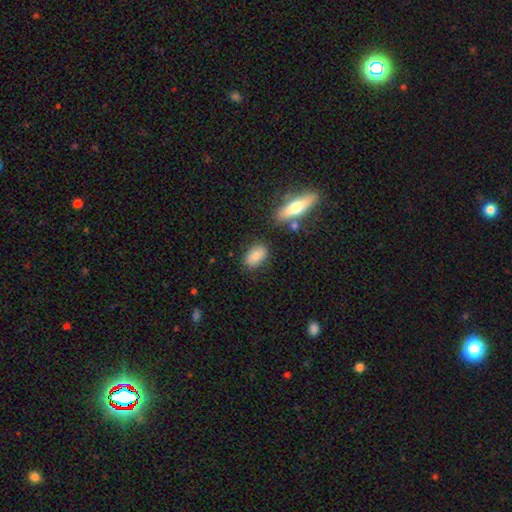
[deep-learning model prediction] This appears to be a smooth galaxy with no disk features (82%) that is in between round and cigar-shaped (88%). Merging: none (80%).